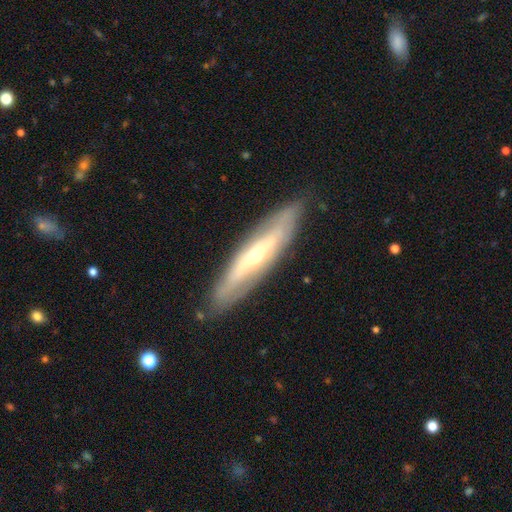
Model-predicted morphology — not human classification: featured or disk 68%, smooth 26%, star or artifact 6%. Down the decision tree: edge-on disk — yes (52%); merging — none (83%).